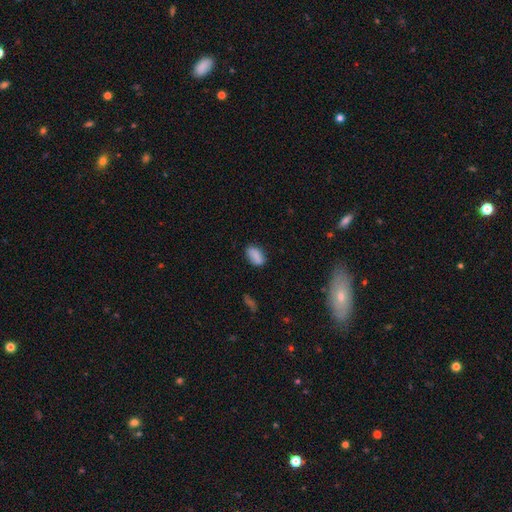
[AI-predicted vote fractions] This appears to be a smooth galaxy with no disk features (85%) that is in between round and cigar-shaped (89%). Merging: none (78%).